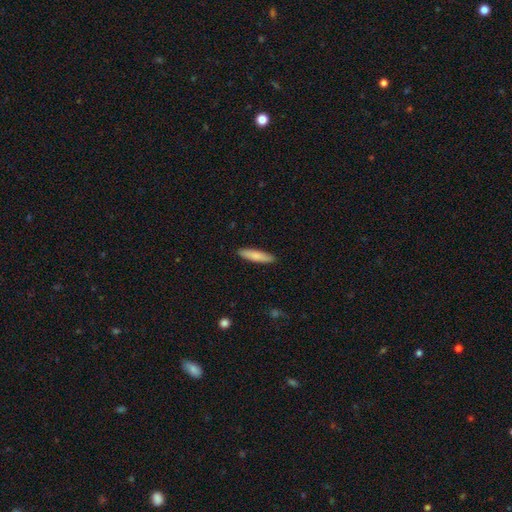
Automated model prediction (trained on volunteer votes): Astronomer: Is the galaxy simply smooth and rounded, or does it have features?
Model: smooth — 81%.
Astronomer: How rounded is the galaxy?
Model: cigar-shaped — 81%.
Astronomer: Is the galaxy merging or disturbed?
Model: none — 91%.